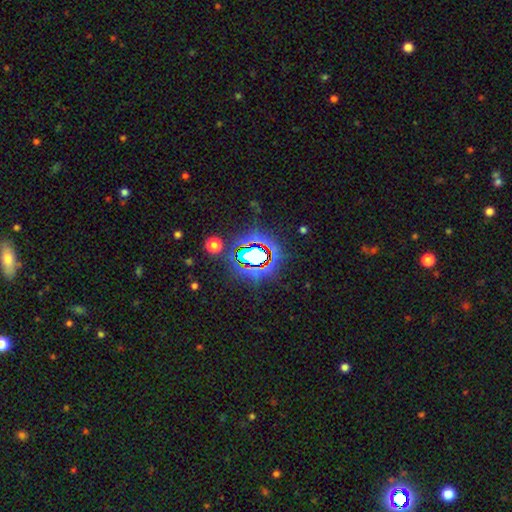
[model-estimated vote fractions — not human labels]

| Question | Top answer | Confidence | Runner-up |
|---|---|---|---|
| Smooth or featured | star or artifact | 70% | smooth (18%) |